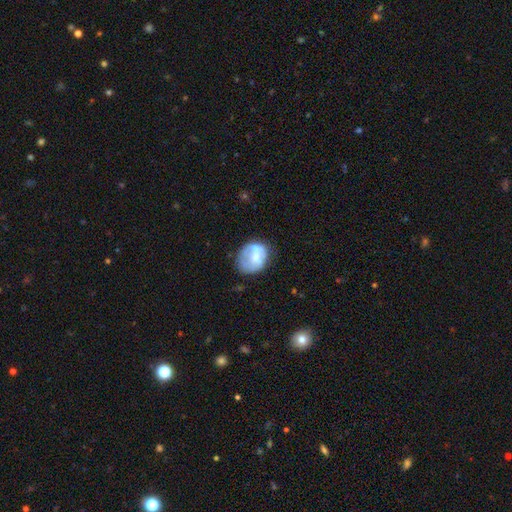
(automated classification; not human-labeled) smooth_or_featured: smooth (p=0.50) [alt: featured or disk p=0.42]
how_rounded: round (p=0.53) [alt: in between p=0.46]
merging: none (p=0.50) [alt: minor disturbance p=0.29]